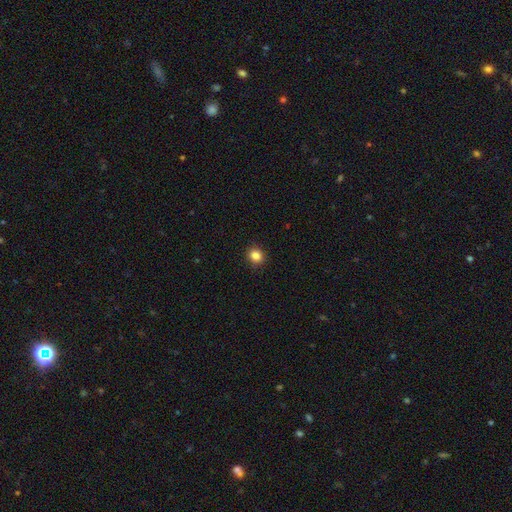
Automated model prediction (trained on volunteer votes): This is clearly a smooth galaxy (85%). How rounded: likely round (78%). Merging: clearly none (91%).